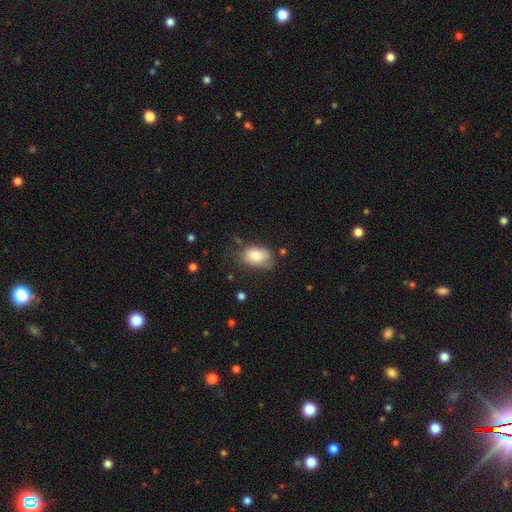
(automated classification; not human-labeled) Smooth or featured? Predicted: smooth (p=0.80). How rounded? Predicted: in between (p=0.86). Merging? Predicted: none (p=0.61).